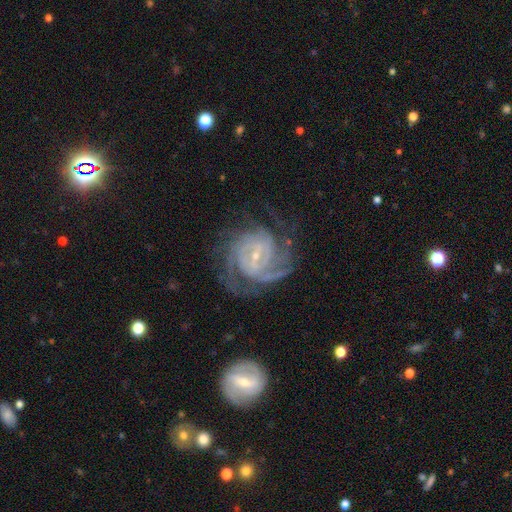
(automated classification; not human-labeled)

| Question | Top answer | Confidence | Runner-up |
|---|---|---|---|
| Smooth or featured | featured or disk | 90% | star or artifact (6%) |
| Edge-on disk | no | 98% | yes (2%) |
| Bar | weak | 48% | strong (28%) |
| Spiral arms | yes | 98% | no (2%) |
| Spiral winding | tight | 61% | medium (33%) |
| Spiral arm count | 3 | 28% | 2 (22%) |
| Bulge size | small | 77% | moderate (18%) |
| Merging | none | 65% | minor disturbance (18%) |